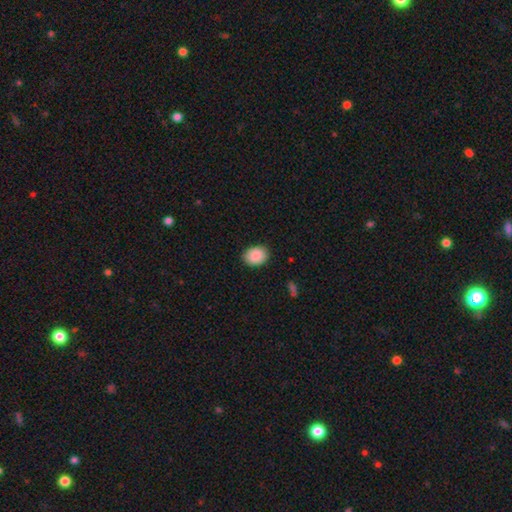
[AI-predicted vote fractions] Morphology: type=smooth (89%); roundness=in between (61%); merging=none (86%).